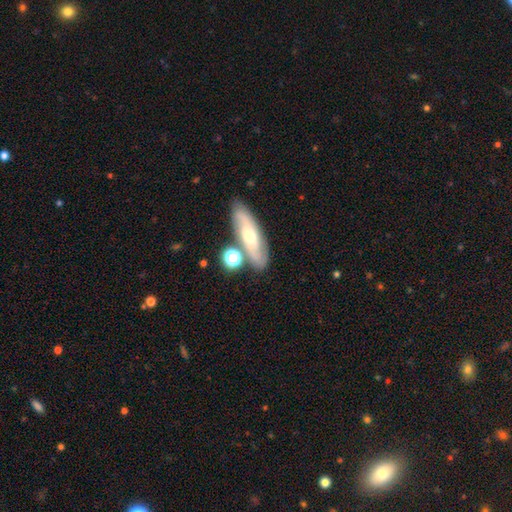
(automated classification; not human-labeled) Smooth or featured? featured or disk (56%)
Edge-on disk? no (71%)
Merging? none (70%)